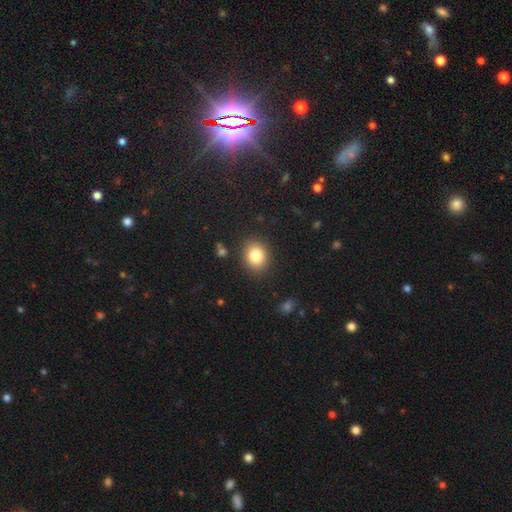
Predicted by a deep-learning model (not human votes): This is clearly a smooth galaxy (82%). How rounded: likely round (64%). Merging: clearly none (88%).